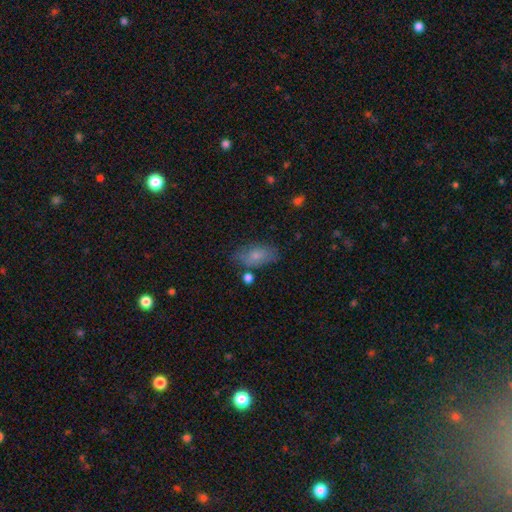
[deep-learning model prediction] This is likely a smooth galaxy (74%). How rounded: clearly in between (89%). Merging: likely none (70%).